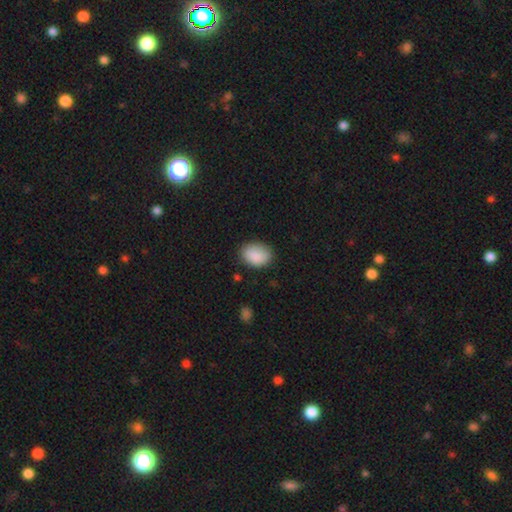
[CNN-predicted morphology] Smooth or featured?
  - smooth: 88% *
  - star or artifact: 7%
  - featured or disk: 4%
How rounded?
  - in between: 74% *
  - round: 25%
  - cigar-shaped: 1%
Merging?
  - none: 80% *
  - minor disturbance: 15%
  - major disturbance: 3%
  - merger: 1%